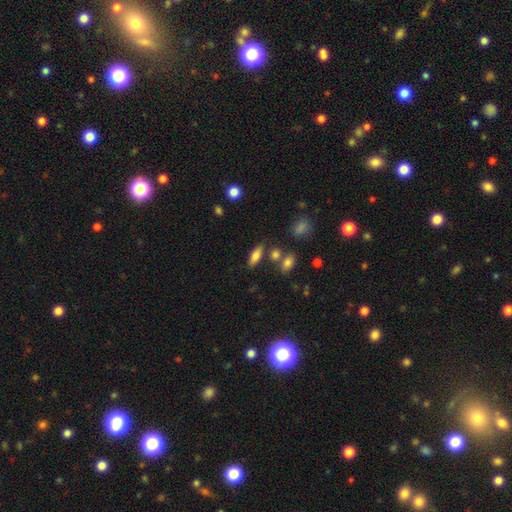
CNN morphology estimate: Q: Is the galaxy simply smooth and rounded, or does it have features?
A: smooth — 76%.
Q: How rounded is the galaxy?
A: in between — 70%.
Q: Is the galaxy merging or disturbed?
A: none — 73%.